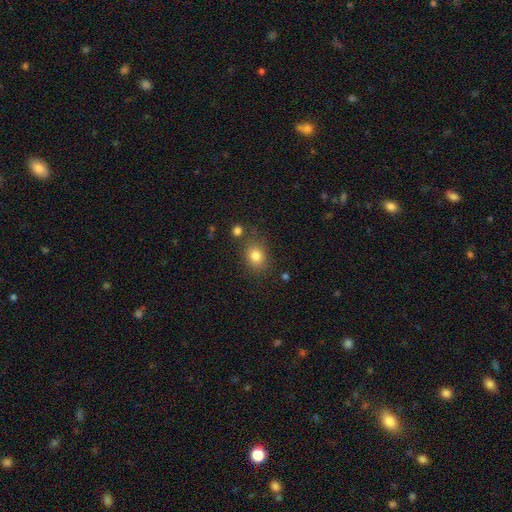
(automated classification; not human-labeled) Smooth or featured?
  - smooth: 81% *
  - star or artifact: 11%
  - featured or disk: 8%
How rounded?
  - round: 51% *
  - in between: 48%
  - cigar-shaped: 1%
Merging?
  - none: 76% *
  - minor disturbance: 14%
  - merger: 6%
  - major disturbance: 4%